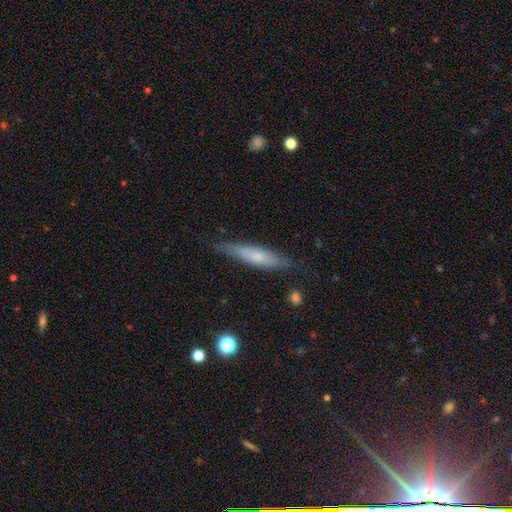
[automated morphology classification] smooth 57%, featured or disk 36%, star or artifact 7%. Down the decision tree: how rounded — cigar-shaped (86%); merging — none (79%).